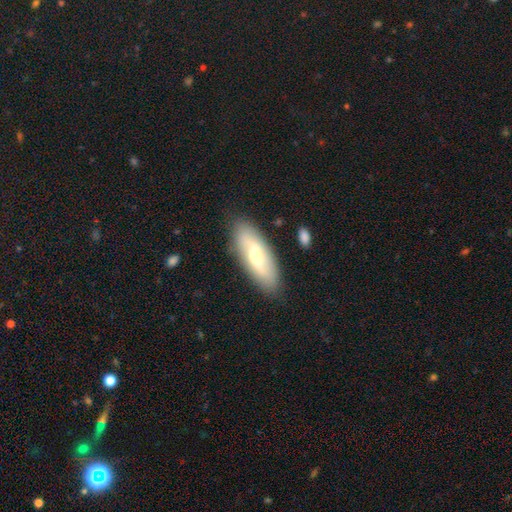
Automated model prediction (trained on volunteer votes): smooth-or-featured: smooth: 53% | featured or disk: 37% | star or artifact: 9%
  how-rounded: in between: 69% | cigar-shaped: 28% | round: 3%
  merging: none: 86% | minor disturbance: 10% | major disturbance: 2% | merger: 2%